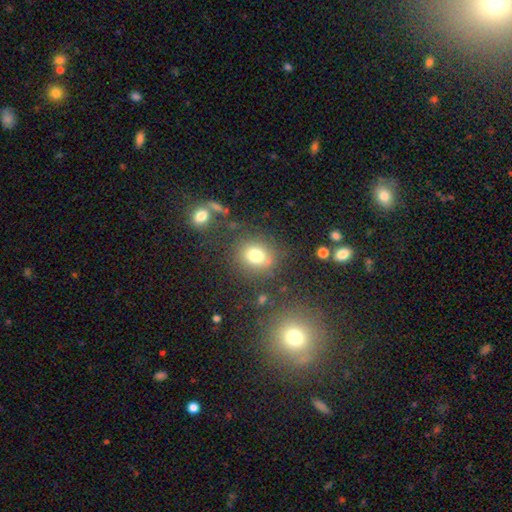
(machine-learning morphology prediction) Smooth or featured? Predicted: smooth (p=0.77). How rounded? Predicted: round (p=0.71). Merging? Predicted: none (p=0.75).